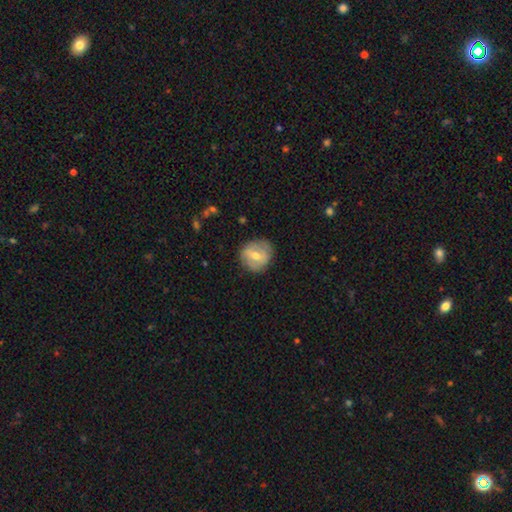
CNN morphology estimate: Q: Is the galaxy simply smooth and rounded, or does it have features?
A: smooth — 48%.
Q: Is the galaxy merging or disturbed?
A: none — 79%.